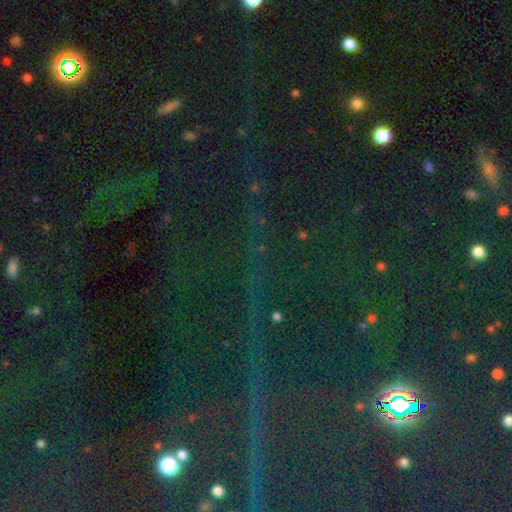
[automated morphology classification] Overall: star or artifact (83%).